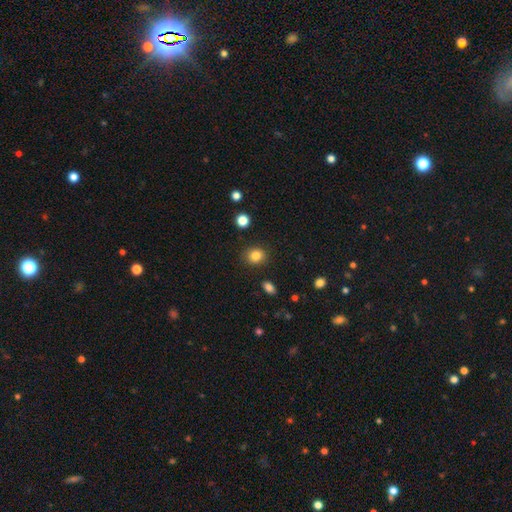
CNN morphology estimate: The model was most divided on "how rounded": round: 69%, in between: 30%, cigar-shaped: 1%. More confident: merging — none (87%); smooth or featured — smooth (84%).